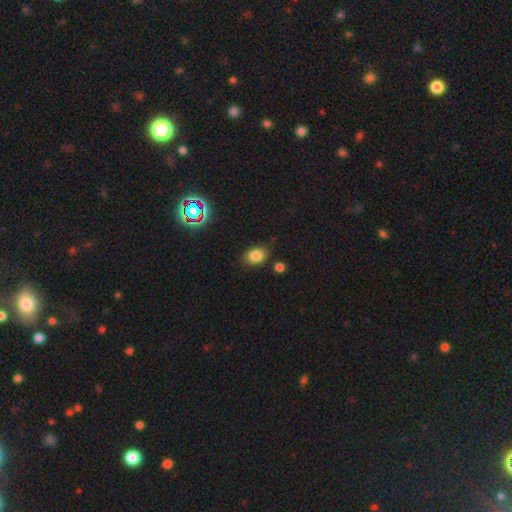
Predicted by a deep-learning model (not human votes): smooth 81%, star or artifact 13%, featured or disk 7%. Down the decision tree: how rounded — in between (69%); merging — none (81%).